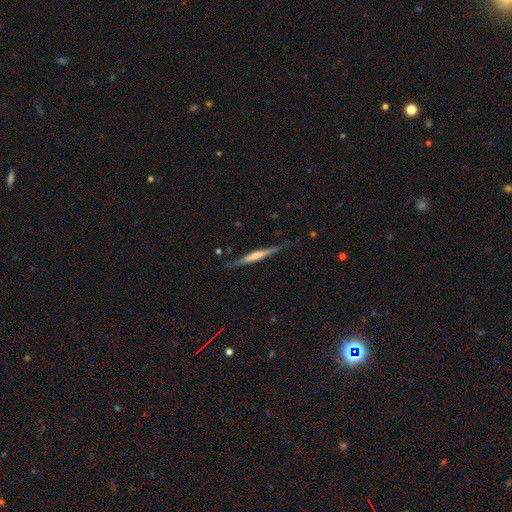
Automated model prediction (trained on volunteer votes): smooth-or-featured: featured or disk: 51% | smooth: 44% | star or artifact: 5%
  disk-edge-on: yes: 95% | no: 5%
  merging: none: 79% | minor disturbance: 16% | major disturbance: 3% | merger: 2%